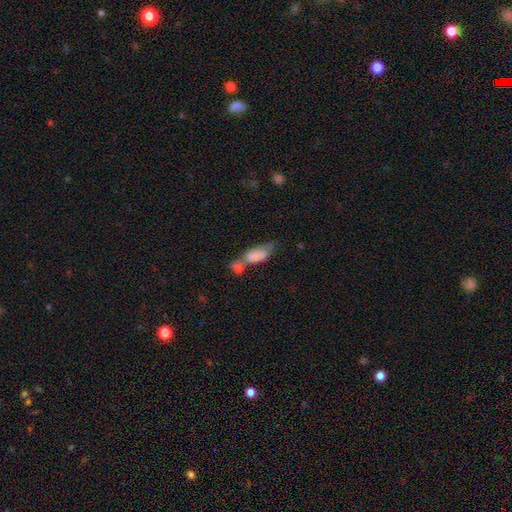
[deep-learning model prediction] The model was most divided on "merging": merger: 53%, none: 21%, minor disturbance: 15%, major disturbance: 11%. More confident: how rounded — in between (82%); smooth or featured — smooth (77%).